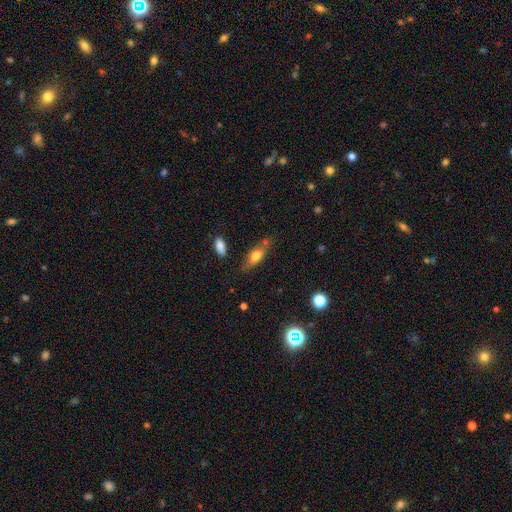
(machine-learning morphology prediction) Smooth or featured: smooth — 59% (featured or disk — 33%)
How rounded: in between — 59% (cigar-shaped — 36%)
Merging: none — 66% (minor disturbance — 20%)